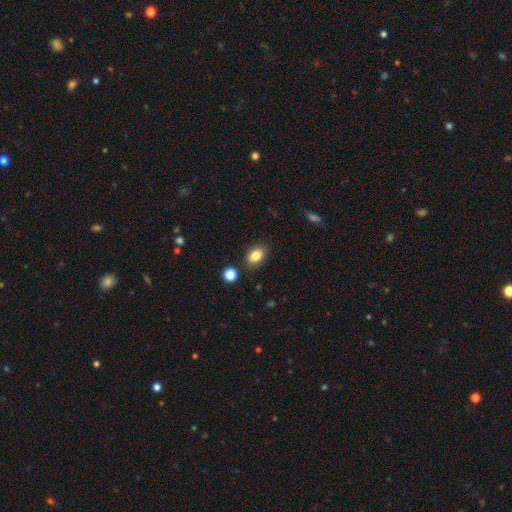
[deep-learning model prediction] Overall: smooth (84%). How rounded: in between (77%). Merging: none (83%).